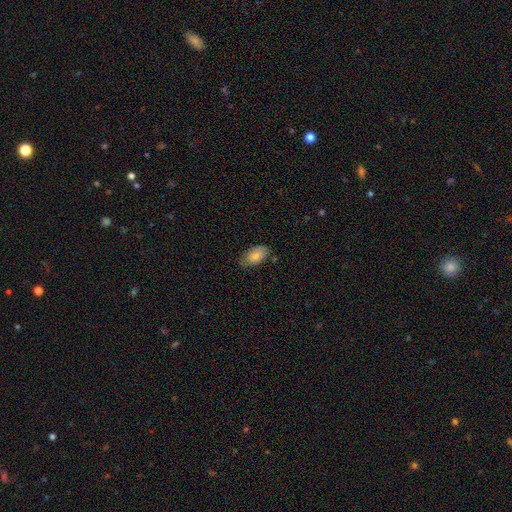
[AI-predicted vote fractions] Q: Smooth or featured?
A: smooth (82%); runner-up: featured or disk (11%)
Q: How rounded?
A: in between (94%); runner-up: round (4%)
Q: Merging?
A: none (74%); runner-up: minor disturbance (21%)